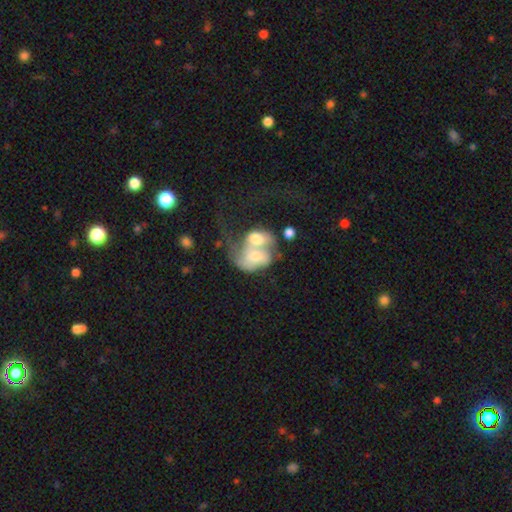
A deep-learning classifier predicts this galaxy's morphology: Smooth or featured?
  - featured or disk: 49% *
  - smooth: 43%
  - star or artifact: 8%
Merging?
  - merger: 78% *
  - major disturbance: 12%
  - none: 6%
  - minor disturbance: 4%